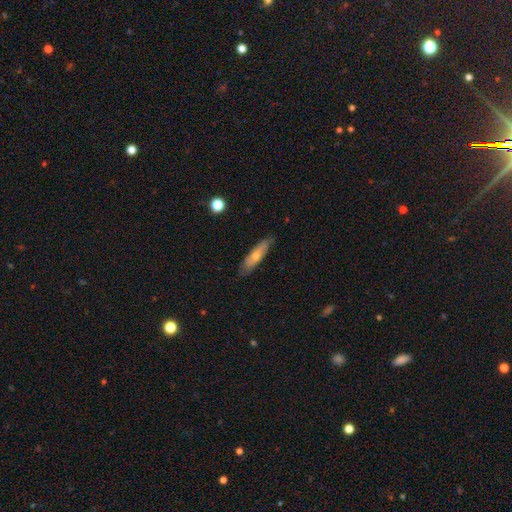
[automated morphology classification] A smooth galaxy with no disk features (52%) that is cigar-shaped (67%).

Vote fractions:
- Smooth or featured? smooth: 52% / featured or disk: 41% / star or artifact: 7%
- How rounded? cigar-shaped: 67% / in between: 30% / round: 2%
- Merging? none: 81% / minor disturbance: 15% / major disturbance: 3% / merger: 1%